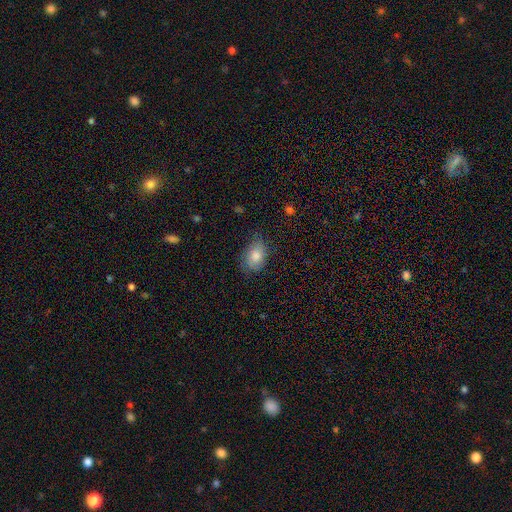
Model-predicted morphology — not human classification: smooth_or_featured: smooth (p=0.72) [alt: featured or disk p=0.19]
how_rounded: in between (p=0.80) [alt: round p=0.19]
merging: none (p=0.67) [alt: minor disturbance p=0.25]